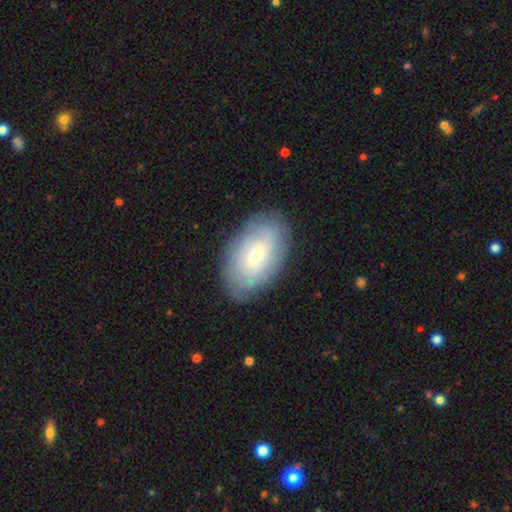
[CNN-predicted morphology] The model was most divided on "smooth or featured": featured or disk: 54%, smooth: 39%, star or artifact: 8%. More confident: edge-on disk — no (92%); merging — none (81%).